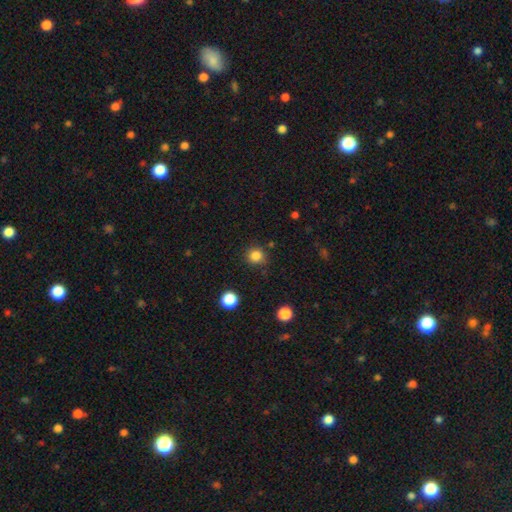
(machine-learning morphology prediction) Smooth or featured: smooth — 84% (star or artifact — 12%)
How rounded: round — 89% (in between — 10%)
Merging: none — 84% (minor disturbance — 10%)